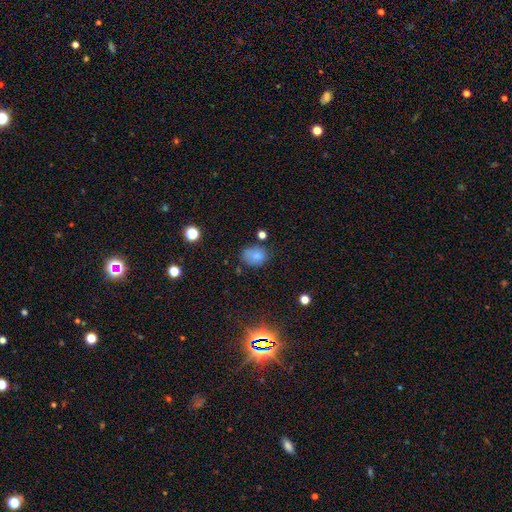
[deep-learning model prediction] A smooth galaxy with no disk features (77%) that is in between round and cigar-shaped (55%). Merging: none (65%).